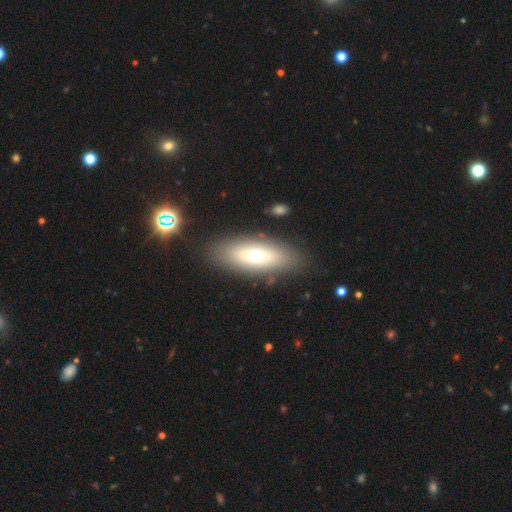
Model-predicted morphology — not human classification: This is likely a smooth galaxy (62%). How rounded: likely in between (69%). Merging: clearly none (84%).